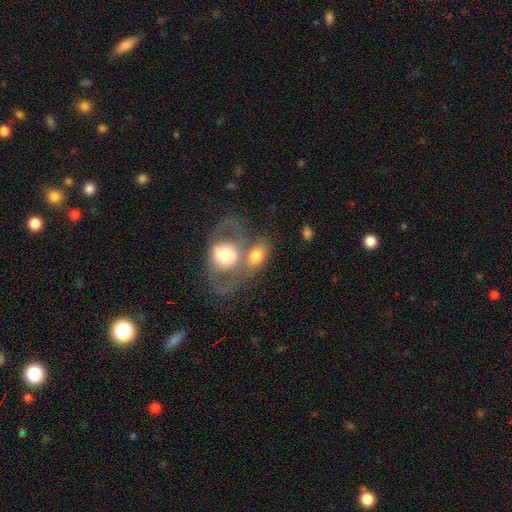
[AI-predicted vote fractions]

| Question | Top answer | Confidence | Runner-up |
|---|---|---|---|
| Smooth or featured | smooth | 60% | featured or disk (33%) |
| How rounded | in between | 69% | round (29%) |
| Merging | merger | 52% | none (27%) |